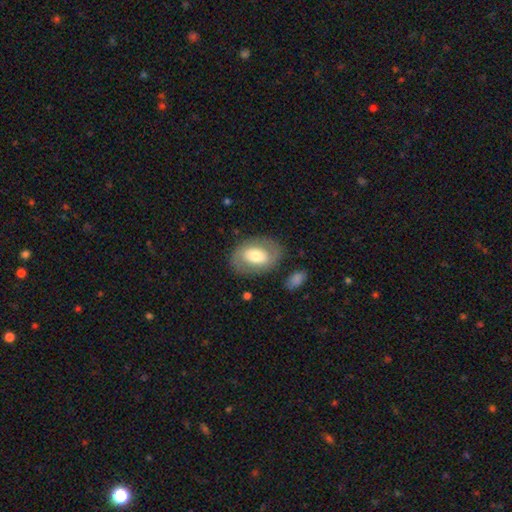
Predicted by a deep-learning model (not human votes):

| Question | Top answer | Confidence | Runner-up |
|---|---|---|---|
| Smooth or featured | smooth | 50% | featured or disk (44%) |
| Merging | none | 79% | minor disturbance (13%) |